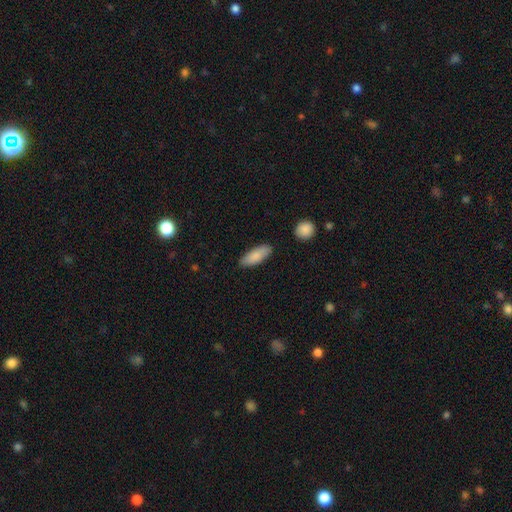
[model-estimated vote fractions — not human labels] Smooth or featured: smooth — 86% (featured or disk — 9%)
How rounded: in between — 71% (cigar-shaped — 28%)
Merging: none — 85% (minor disturbance — 11%)